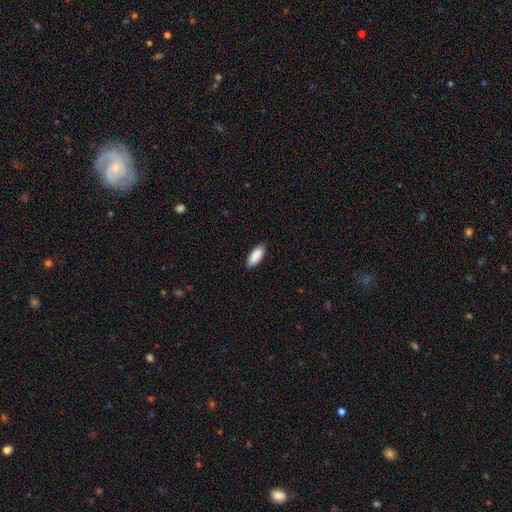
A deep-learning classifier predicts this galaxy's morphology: This is clearly a smooth galaxy (90%). How rounded: clearly in between (80%). Merging: clearly none (88%).